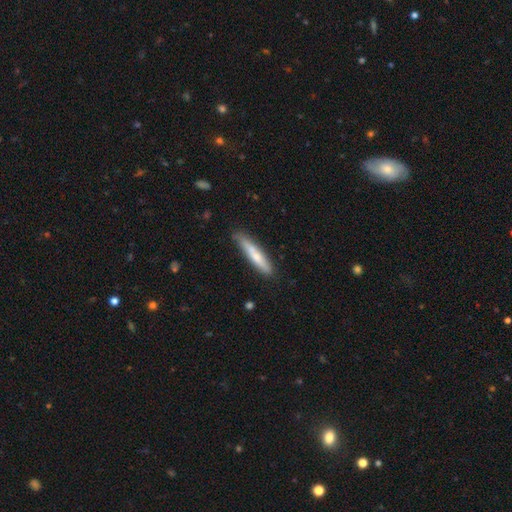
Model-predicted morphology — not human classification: This appears to be a smooth galaxy with no disk features (64%) that is cigar-shaped (91%). Merging: none (77%).